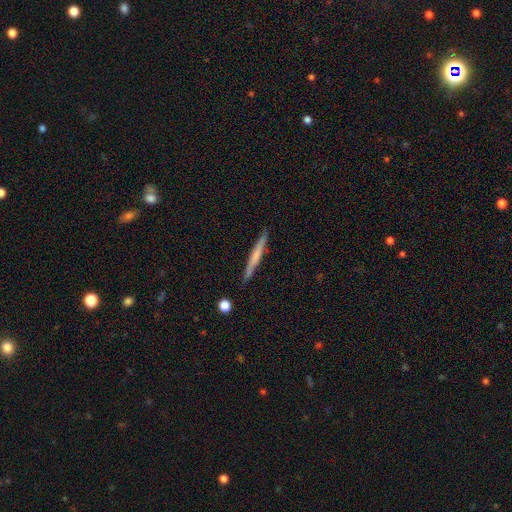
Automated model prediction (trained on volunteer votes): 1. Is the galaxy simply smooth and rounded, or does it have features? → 51% smooth, 44% featured or disk, 6% star or artifact.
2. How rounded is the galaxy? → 96% cigar-shaped, 2% in between, 1% round.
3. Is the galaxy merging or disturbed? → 89% none, 8% minor disturbance, 2% merger, 1% major disturbance.